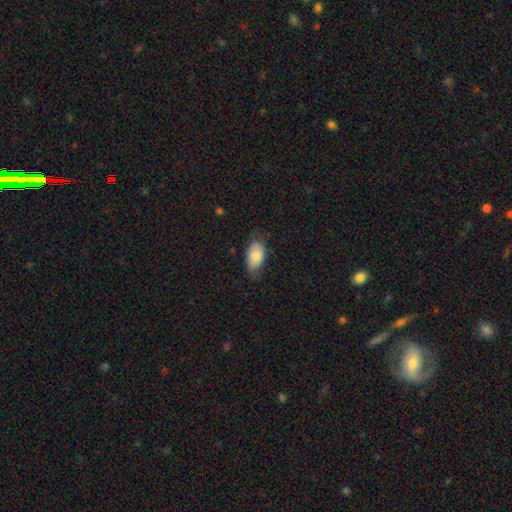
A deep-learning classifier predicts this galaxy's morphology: type=smooth (79%); roundness=in between (93%); merging=none (66%).